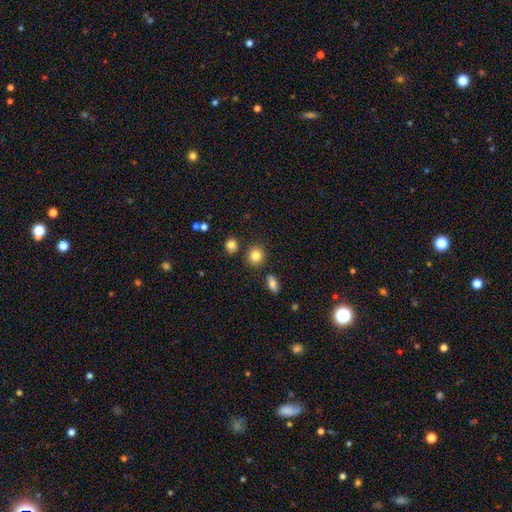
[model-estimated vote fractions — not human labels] The model was most divided on "how rounded": round: 84%, in between: 15%, cigar-shaped: 1%. More confident: smooth or featured — smooth (84%); merging — none (83%).